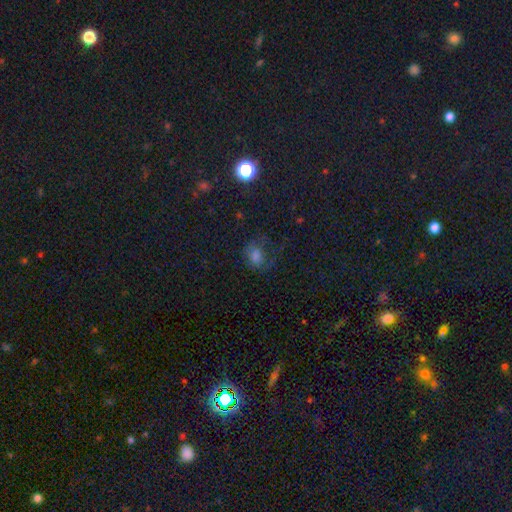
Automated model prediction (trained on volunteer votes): The model was most divided on "how rounded": in between: 52%, round: 47%, cigar-shaped: 1%. More confident: smooth or featured — smooth (64%); merging — none (51%).